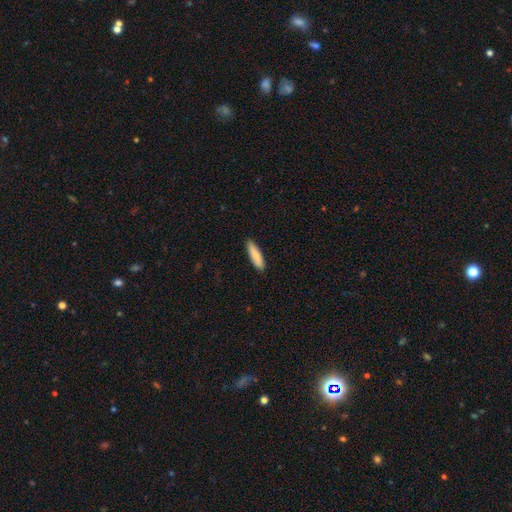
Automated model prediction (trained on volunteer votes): A smooth galaxy with no disk features (84%) that is cigar-shaped (67%). Merging: none (88%).